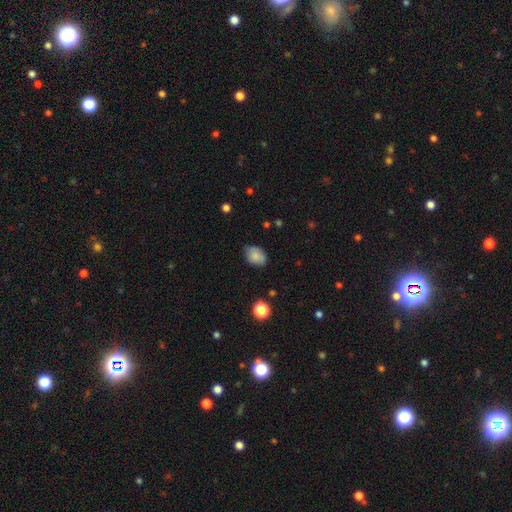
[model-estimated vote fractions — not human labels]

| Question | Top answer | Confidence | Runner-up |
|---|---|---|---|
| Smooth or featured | smooth | 80% | featured or disk (12%) |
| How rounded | in between | 77% | round (22%) |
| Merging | none | 73% | minor disturbance (22%) |